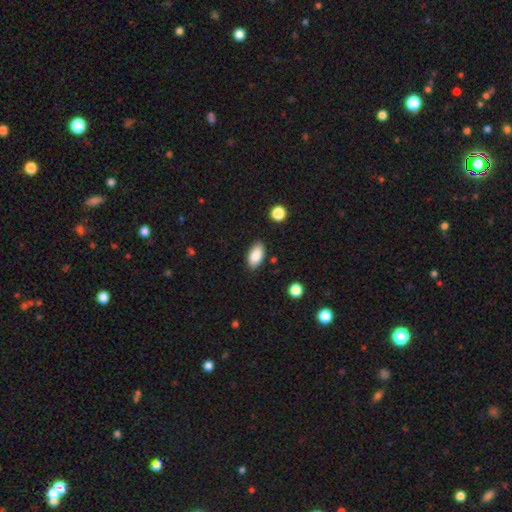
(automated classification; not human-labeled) Smooth or featured?
  - smooth: 87% *
  - star or artifact: 7%
  - featured or disk: 6%
How rounded?
  - in between: 92% *
  - cigar-shaped: 5%
  - round: 3%
Merging?
  - none: 86% *
  - minor disturbance: 10%
  - major disturbance: 2%
  - merger: 2%